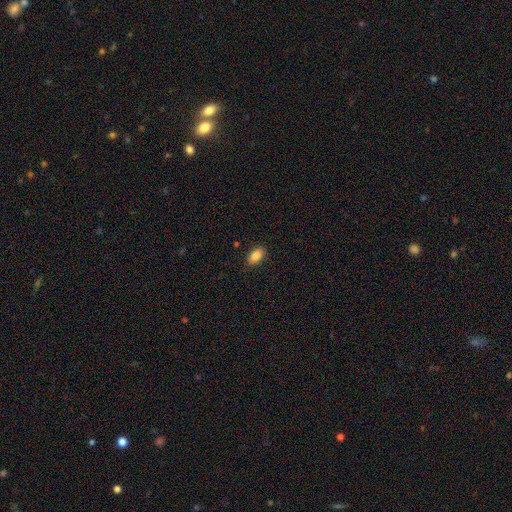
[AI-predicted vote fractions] Smooth or featured: smooth — 86% (star or artifact — 8%)
How rounded: in between — 91% (cigar-shaped — 5%)
Merging: none — 88% (minor disturbance — 9%)